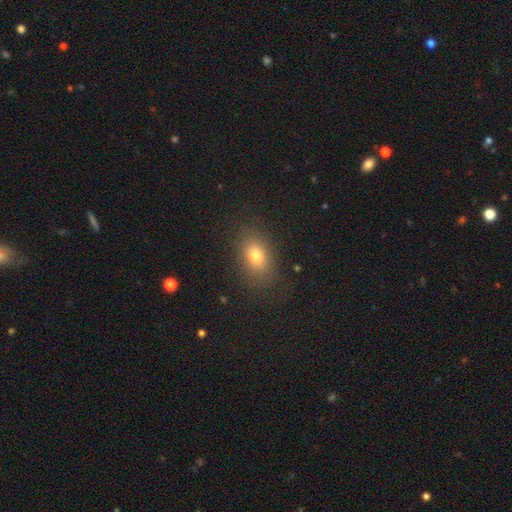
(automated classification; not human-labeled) A smooth galaxy with no disk features (77%) that is in between round and cigar-shaped (77%).

Vote fractions:
- Smooth or featured? smooth: 77% / star or artifact: 12% / featured or disk: 11%
- How rounded? in between: 77% / round: 22% / cigar-shaped: 2%
- Merging? none: 83% / minor disturbance: 11% / major disturbance: 5% / merger: 1%